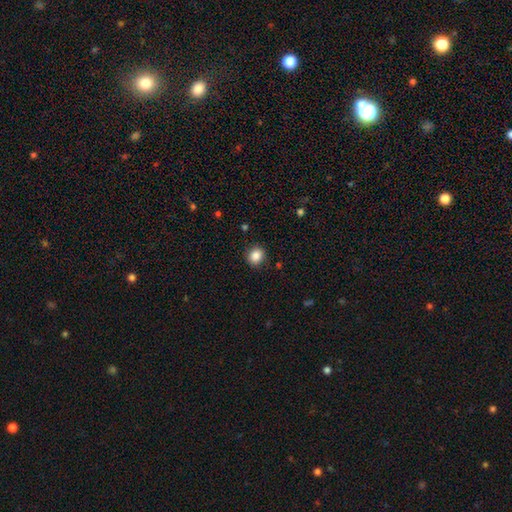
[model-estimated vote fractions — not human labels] The model was most divided on "how rounded": round: 75%, in between: 24%, cigar-shaped: 1%. More confident: merging — none (89%); smooth or featured — smooth (86%).